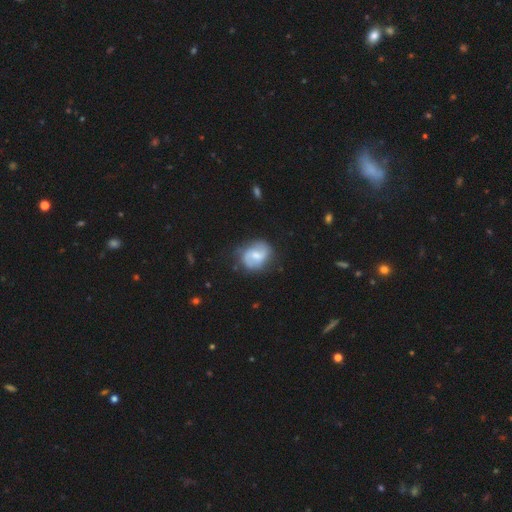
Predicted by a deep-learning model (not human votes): The model was most divided on "spiral winding": medium: 44%, loose: 36%, tight: 20%. More confident: edge-on disk — no (97%); spiral arms — yes (85%); spiral arm count — 2 (85%); merging — none (71%); smooth or featured — featured or disk (60%); bulge size — moderate (52%); bar — weak (52%).